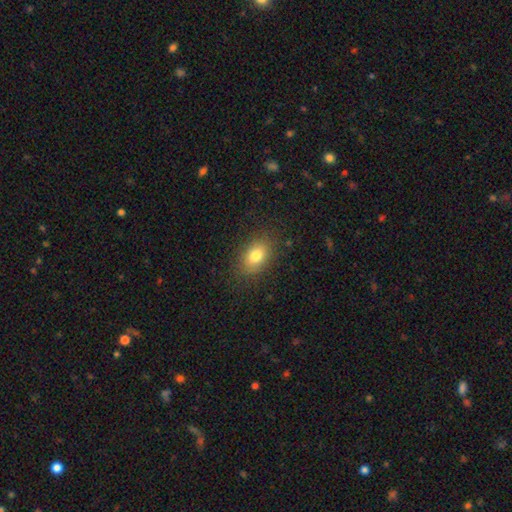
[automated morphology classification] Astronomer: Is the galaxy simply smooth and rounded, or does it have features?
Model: smooth — 79%.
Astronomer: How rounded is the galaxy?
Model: in between — 79%.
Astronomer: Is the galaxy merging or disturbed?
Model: none — 84%.